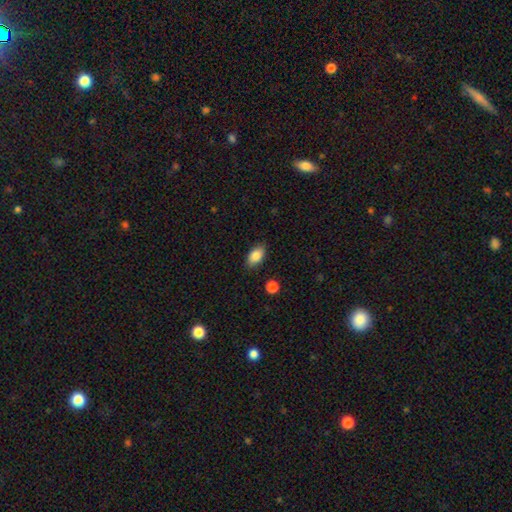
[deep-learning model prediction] smooth-or-featured: smooth: 85% | star or artifact: 8% | featured or disk: 7%
  how-rounded: in between: 91% | round: 7% | cigar-shaped: 3%
  merging: none: 86% | minor disturbance: 11% | major disturbance: 2% | merger: 1%